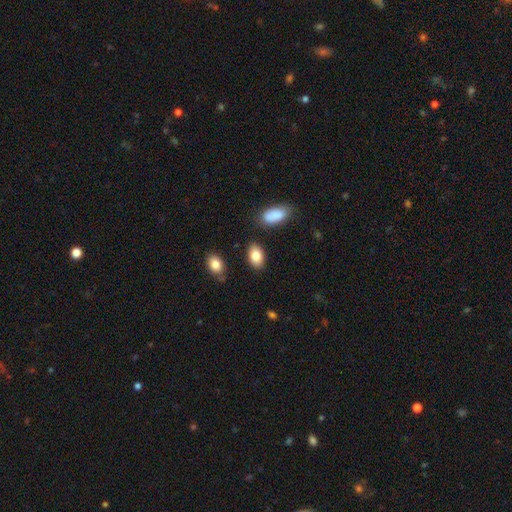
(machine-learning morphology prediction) type=smooth (84%); roundness=in between (92%); merging=none (83%).